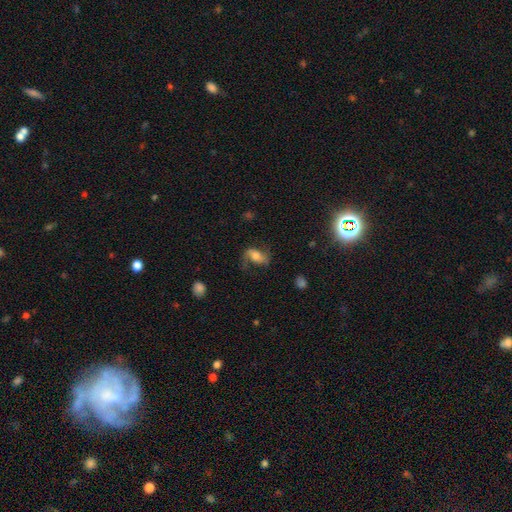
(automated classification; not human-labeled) This appears to be a featured or disk galaxy (62%) with no bar (44%), 2 (84%) loose (62%) spiral arms (91%) and a moderate central bulge (47%). Merging: none (59%).